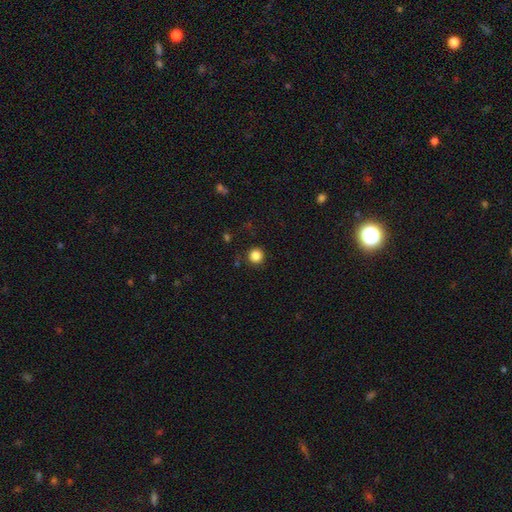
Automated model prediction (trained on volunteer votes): smooth-or-featured: smooth: 85% | star or artifact: 11% | featured or disk: 3%
  how-rounded: round: 95% | in between: 4% | cigar-shaped: 1%
  merging: none: 90% | minor disturbance: 6% | major disturbance: 2% | merger: 2%